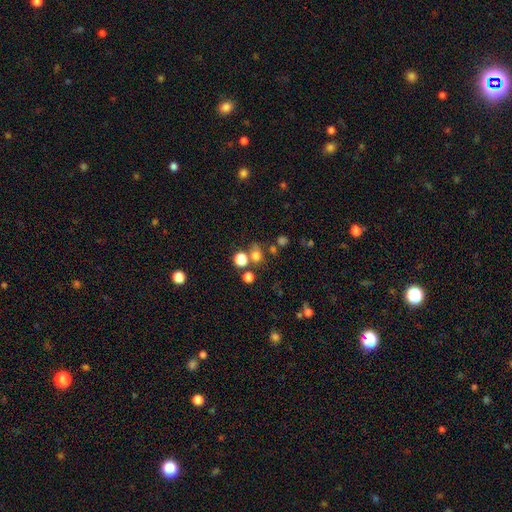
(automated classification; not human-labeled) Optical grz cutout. It shows a smooth galaxy with no disk features (68%) that is round (76%). Merging: none (61%).